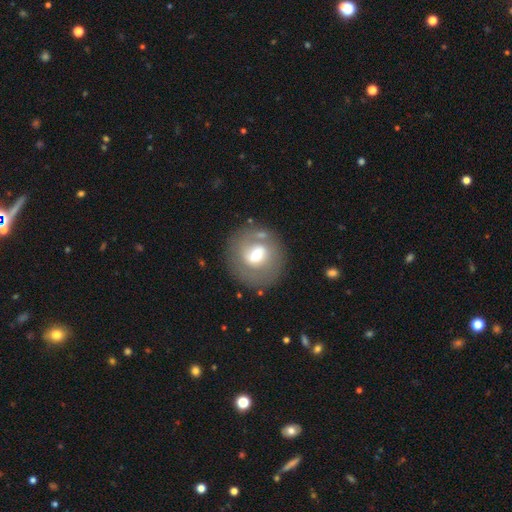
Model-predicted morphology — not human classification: This appears to be a smooth galaxy with no disk features (46%, tied with featured or disk). Merging: none (76%).